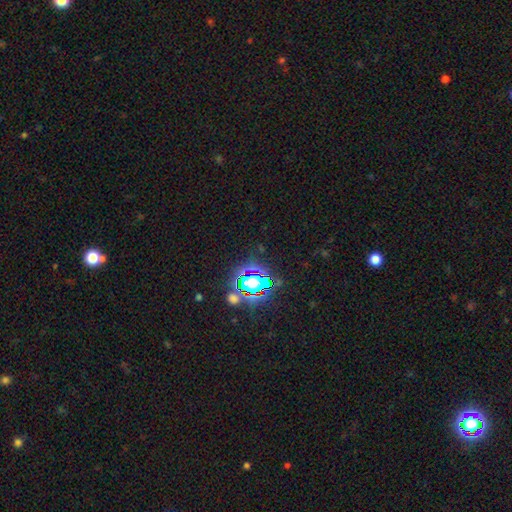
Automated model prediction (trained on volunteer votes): A star or artifact, not a galaxy (82%).

Vote fractions:
- Smooth or featured? star or artifact: 82% / smooth: 11% / featured or disk: 7%